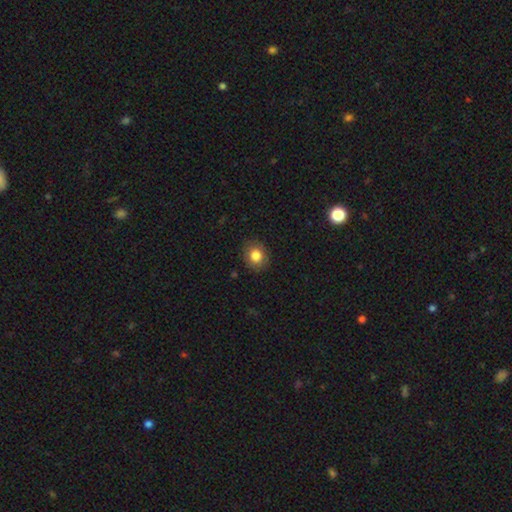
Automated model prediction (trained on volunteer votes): Overall: smooth (83%). How rounded: round (70%). Merging: none (87%).